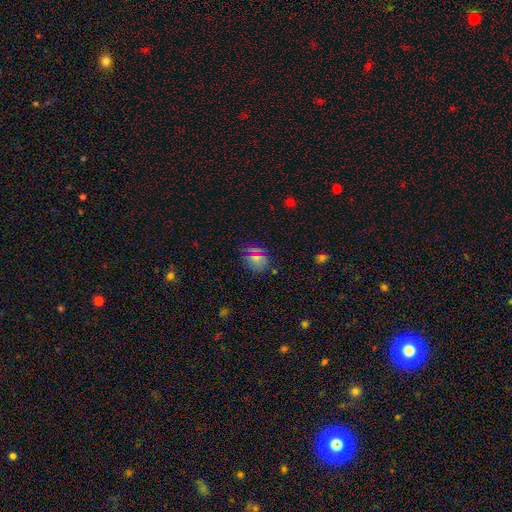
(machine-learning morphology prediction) smooth_or_featured: smooth (p=0.70) [alt: star or artifact p=0.22]
how_rounded: round (p=0.70) [alt: in between p=0.27]
merging: none (p=0.82) [alt: minor disturbance p=0.12]